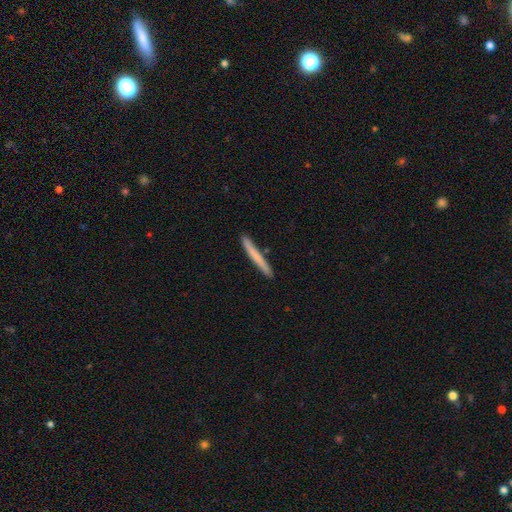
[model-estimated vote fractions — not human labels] Smooth or featured? smooth (69%)
How rounded? cigar-shaped (97%)
Merging? none (90%)